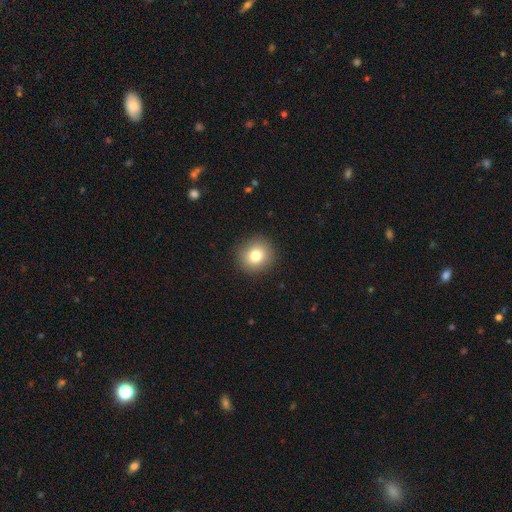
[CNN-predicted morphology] Smooth or featured? Predicted: smooth (p=0.80). How rounded? Predicted: round (p=0.87). Merging? Predicted: none (p=0.91).